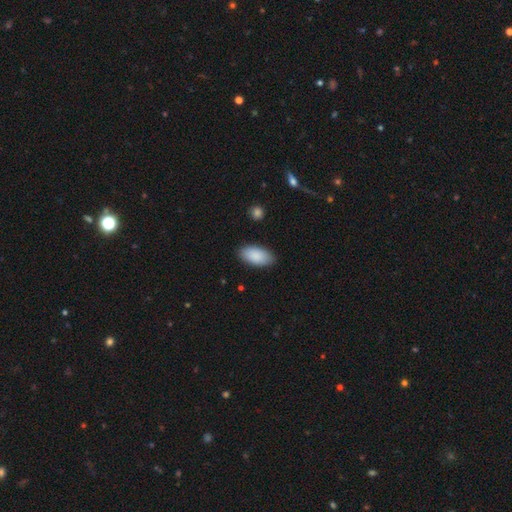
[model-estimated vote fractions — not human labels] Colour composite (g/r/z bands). It shows a smooth galaxy with no disk features (89%) that is in between round and cigar-shaped (94%). Merging: none (87%).